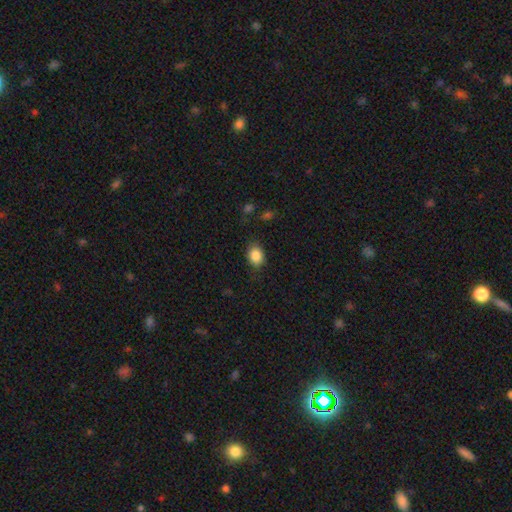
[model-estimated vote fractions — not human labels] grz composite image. It shows a smooth galaxy with no disk features (87%) that is in between round and cigar-shaped (62%). Merging: none (80%).